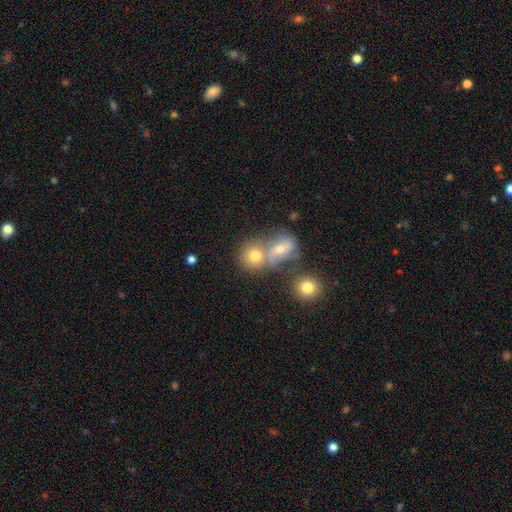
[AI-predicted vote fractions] Q: Smooth or featured?
A: smooth (65%); runner-up: featured or disk (22%)
Q: How rounded?
A: round (76%); runner-up: in between (22%)
Q: Merging?
A: merger (47%); runner-up: none (41%)